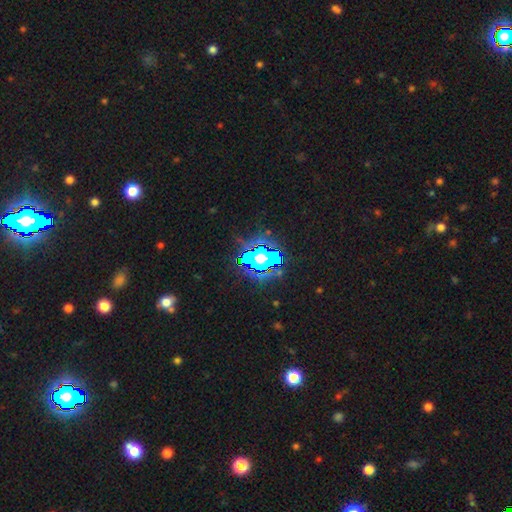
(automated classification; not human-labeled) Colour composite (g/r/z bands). It shows a star or artifact, not a galaxy (60%).